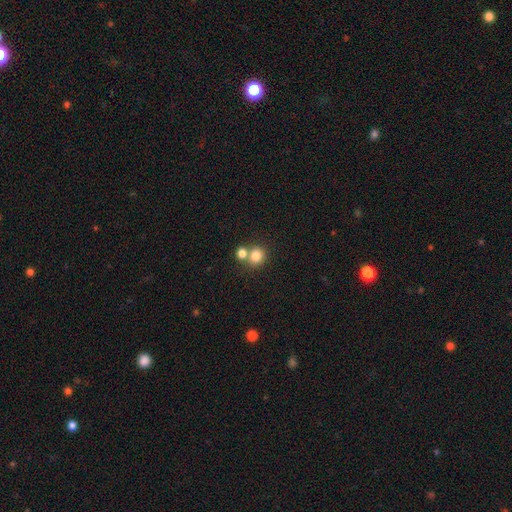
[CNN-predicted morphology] This is likely a smooth galaxy (80%). How rounded: clearly round (83%). Merging: possibly none (53%).